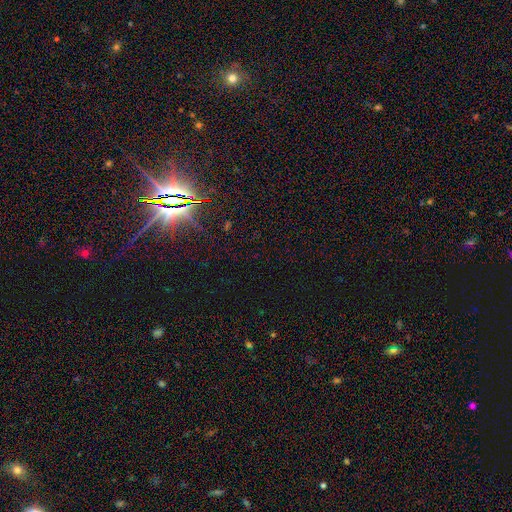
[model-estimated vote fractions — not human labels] Smooth or featured?
  - star or artifact: 75% *
  - smooth: 17%
  - featured or disk: 8%